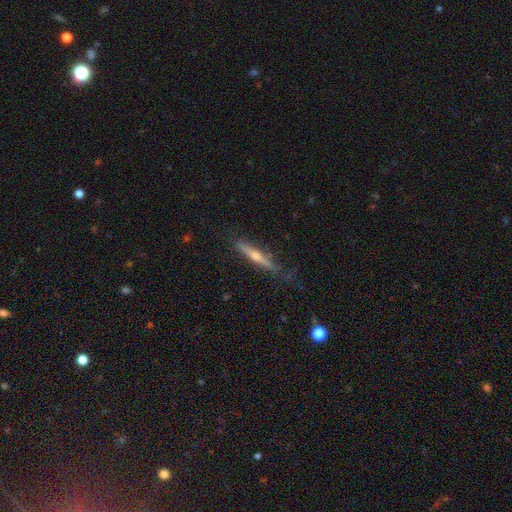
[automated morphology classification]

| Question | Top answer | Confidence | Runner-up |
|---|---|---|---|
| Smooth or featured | featured or disk | 60% | smooth (30%) |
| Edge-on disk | yes | 91% | no (9%) |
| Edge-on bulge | rounded | 73% | none (21%) |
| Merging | none | 74% | minor disturbance (19%) |